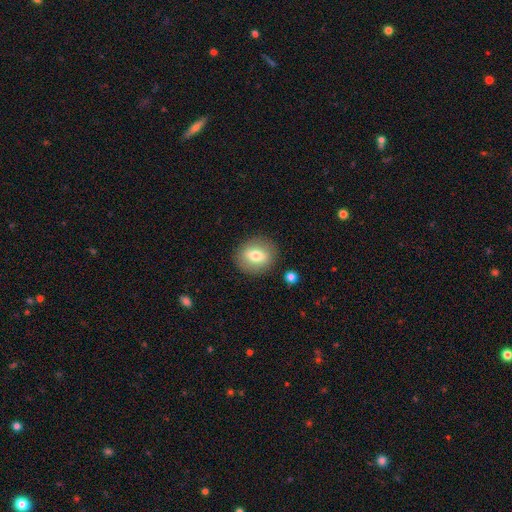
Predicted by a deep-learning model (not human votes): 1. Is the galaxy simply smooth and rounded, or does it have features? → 66% smooth, 26% featured or disk, 8% star or artifact.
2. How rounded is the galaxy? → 60% round, 38% in between, 2% cigar-shaped.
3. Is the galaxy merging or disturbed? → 87% none, 8% minor disturbance, 3% major disturbance, 2% merger.